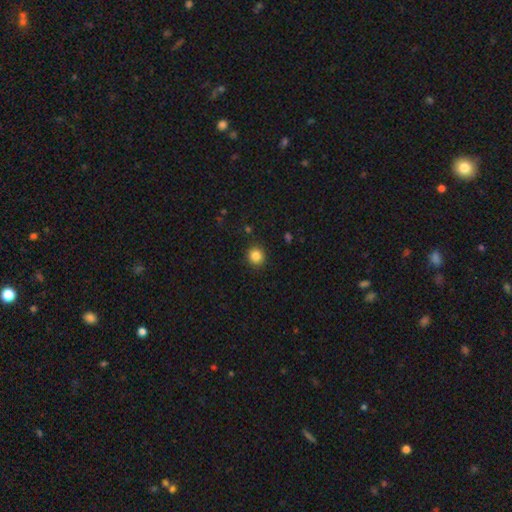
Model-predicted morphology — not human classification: Smooth or featured? smooth (85%)
How rounded? round (91%)
Merging? none (91%)